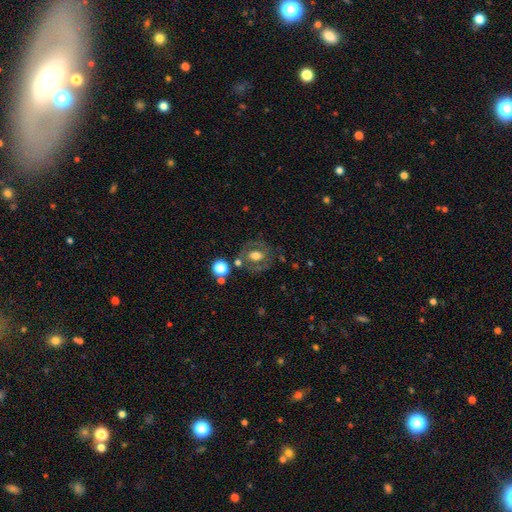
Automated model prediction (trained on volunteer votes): This is possibly a featured or disk galaxy (49%). Merging: likely none (69%).